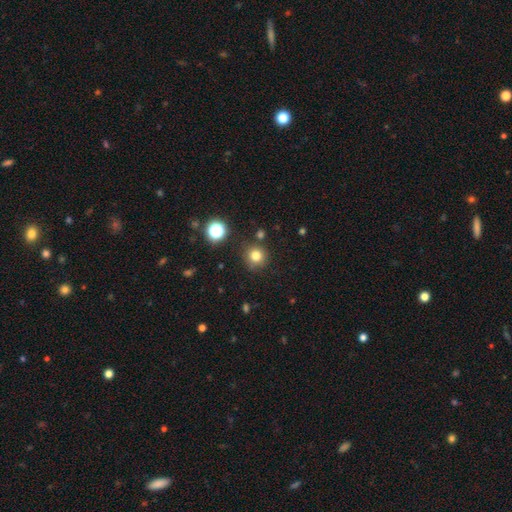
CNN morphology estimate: Q: Smooth or featured?
A: smooth (78%); runner-up: star or artifact (15%)
Q: How rounded?
A: round (93%); runner-up: in between (6%)
Q: Merging?
A: none (84%); runner-up: minor disturbance (9%)